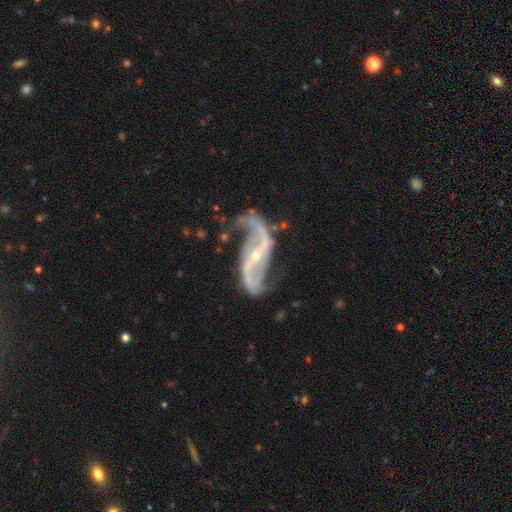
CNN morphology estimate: A featured or disk galaxy (92%) with a strong bar (40%), 2 (93%) loose (72%) spiral arms (97%) and a small central bulge (69%). Merging: none (60%).